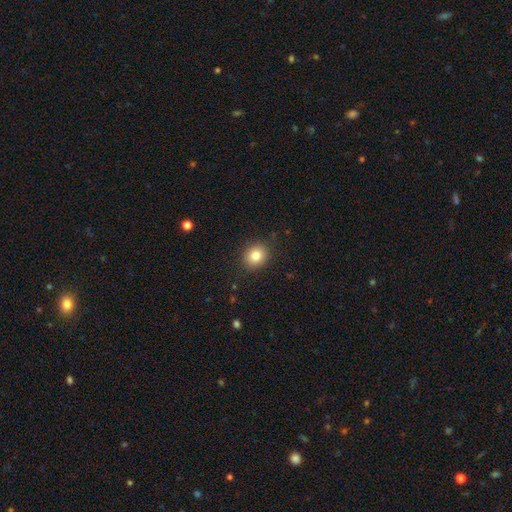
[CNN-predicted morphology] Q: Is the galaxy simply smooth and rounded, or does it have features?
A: smooth — 82%.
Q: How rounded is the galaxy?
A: round — 68%.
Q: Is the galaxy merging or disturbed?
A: none — 88%.